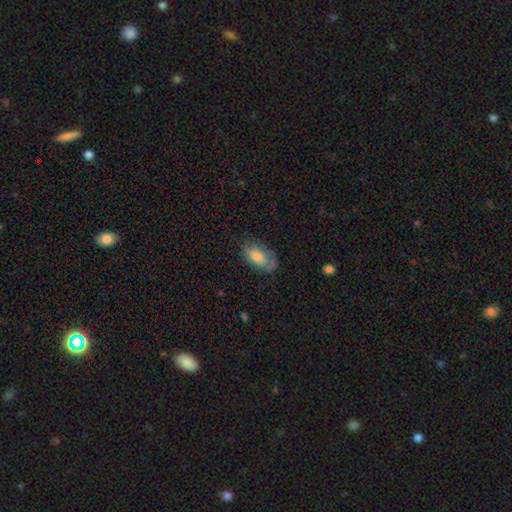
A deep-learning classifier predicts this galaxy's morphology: This is possibly a smooth galaxy (57%). How rounded: clearly in between (91%). Merging: likely none (62%).